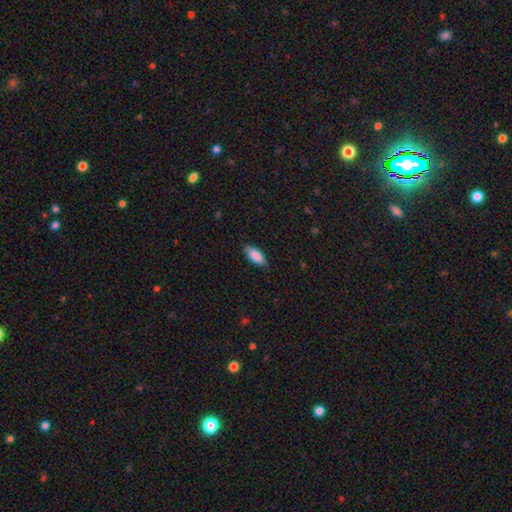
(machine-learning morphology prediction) type=smooth (85%); roundness=in between (78%); merging=none (83%).